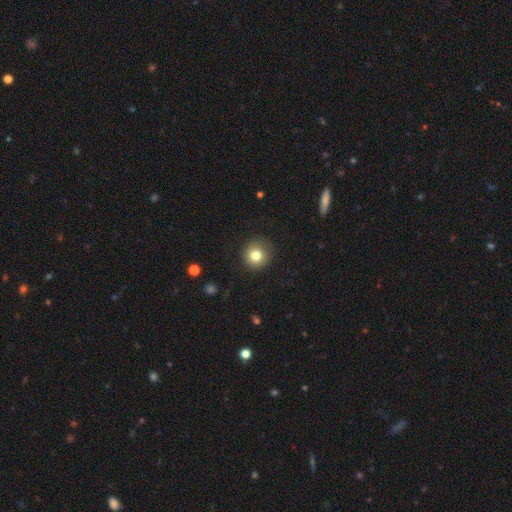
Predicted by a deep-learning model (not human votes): Morphology: type=smooth (80%); roundness=round (91%); merging=none (84%).